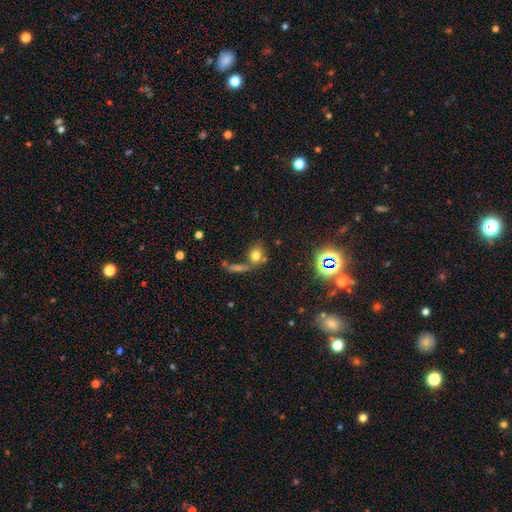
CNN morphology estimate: Overall: smooth (70%). How rounded: in between (48%, tied with round). Merging: none (50%; merger 28%).